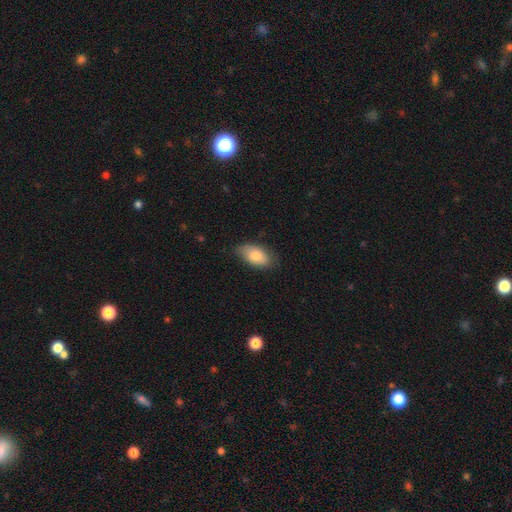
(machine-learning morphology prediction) Smooth or featured: smooth — 81% (featured or disk — 13%)
How rounded: in between — 93% (round — 4%)
Merging: none — 74% (minor disturbance — 21%)